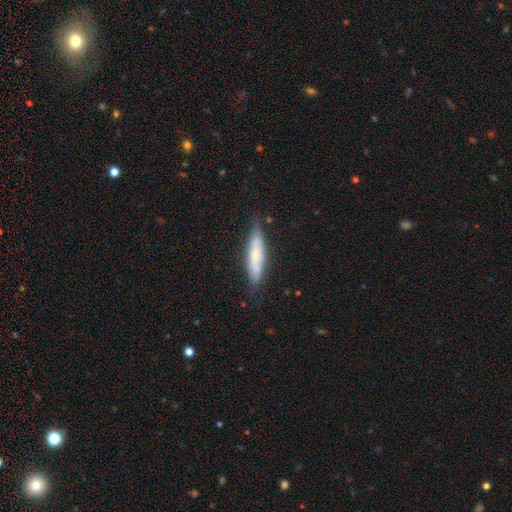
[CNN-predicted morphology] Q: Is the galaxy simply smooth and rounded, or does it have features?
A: smooth — 64%.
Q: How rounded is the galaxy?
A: cigar-shaped — 80%.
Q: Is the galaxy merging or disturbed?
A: none — 76%.